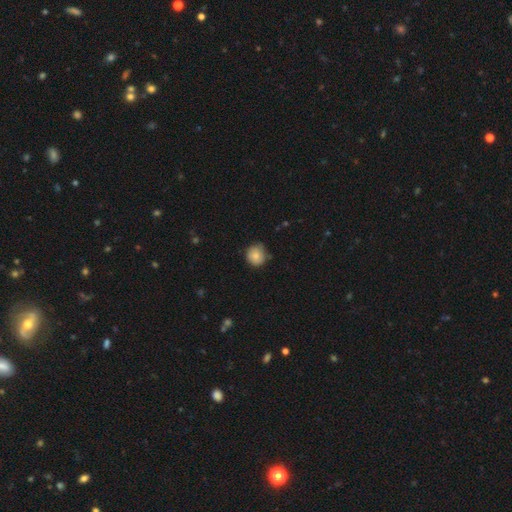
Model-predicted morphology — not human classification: smooth_or_featured: smooth (p=0.82) [alt: featured or disk p=0.09]
how_rounded: round (p=0.87) [alt: in between p=0.12]
merging: none (p=0.72) [alt: minor disturbance p=0.23]